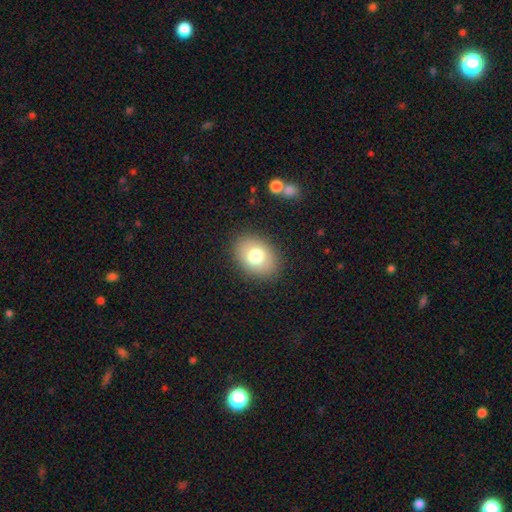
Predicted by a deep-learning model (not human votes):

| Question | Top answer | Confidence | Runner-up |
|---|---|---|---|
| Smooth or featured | smooth | 77% | featured or disk (15%) |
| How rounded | in between | 77% | round (22%) |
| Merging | none | 87% | minor disturbance (9%) |